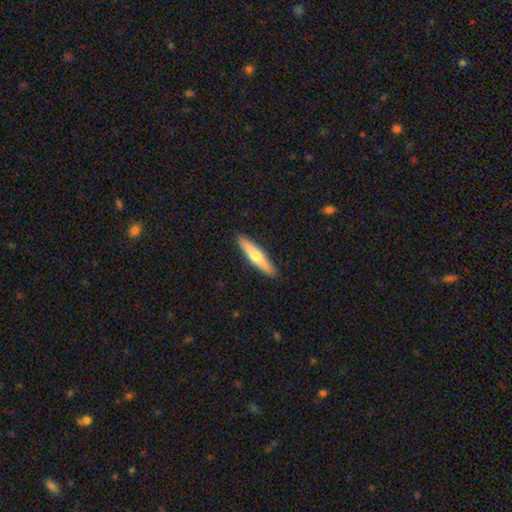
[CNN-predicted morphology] A smooth galaxy with no disk features (52%) that is cigar-shaped (85%). Merging: none (91%).